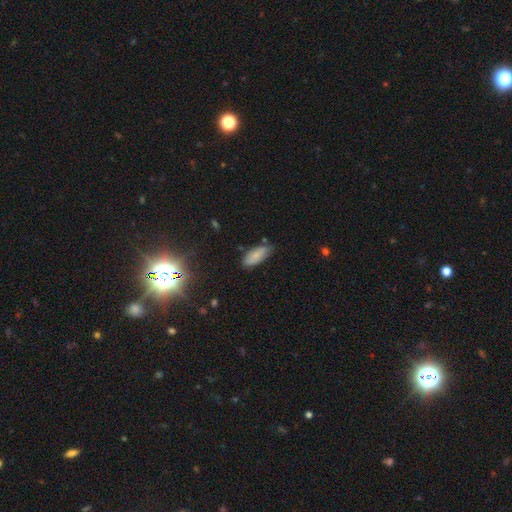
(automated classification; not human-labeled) Smooth or featured? smooth (78%)
How rounded? in between (81%)
Merging? none (74%)